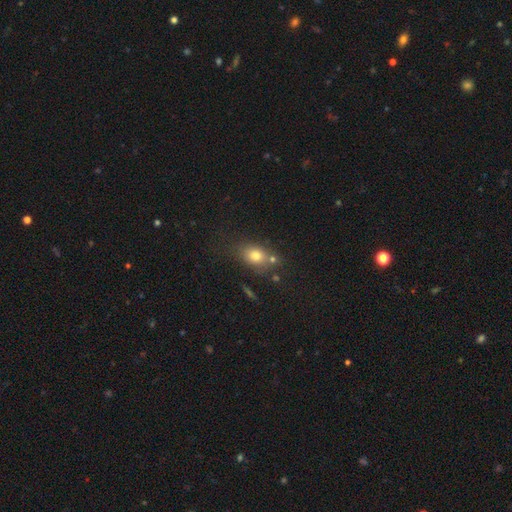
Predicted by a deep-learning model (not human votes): Smooth or featured? Predicted: smooth (p=0.76). How rounded? Predicted: in between (p=0.58). Merging? Predicted: none (p=0.65).